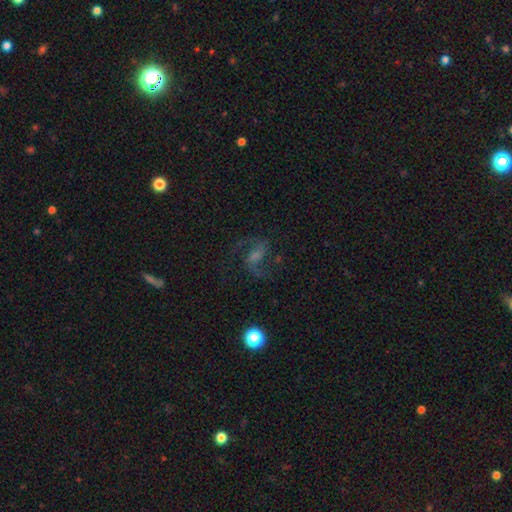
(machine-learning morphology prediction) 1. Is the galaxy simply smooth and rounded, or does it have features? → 79% featured or disk, 11% star or artifact, 10% smooth.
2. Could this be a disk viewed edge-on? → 97% no, 3% yes.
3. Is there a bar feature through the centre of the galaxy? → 49% weak, 29% no, 22% strong.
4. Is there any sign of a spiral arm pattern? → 96% yes, 4% no.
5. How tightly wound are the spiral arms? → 55% loose, 39% medium, 6% tight.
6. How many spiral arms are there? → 92% 2, 2% can't tell, 2% 1, 1% 3, 1% 4, 1% more than 4.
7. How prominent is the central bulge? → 30% none, 29% moderate, 29% small, 9% large, 2% dominant.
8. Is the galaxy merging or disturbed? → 70% none, 14% major disturbance, 13% minor disturbance, 2% merger.